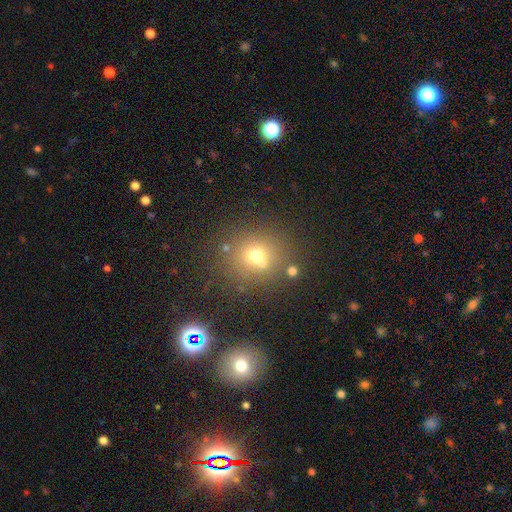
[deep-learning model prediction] The model was most divided on "smooth or featured": smooth: 63%, star or artifact: 21%, featured or disk: 16%. More confident: how rounded — round (83%); merging — none (66%).